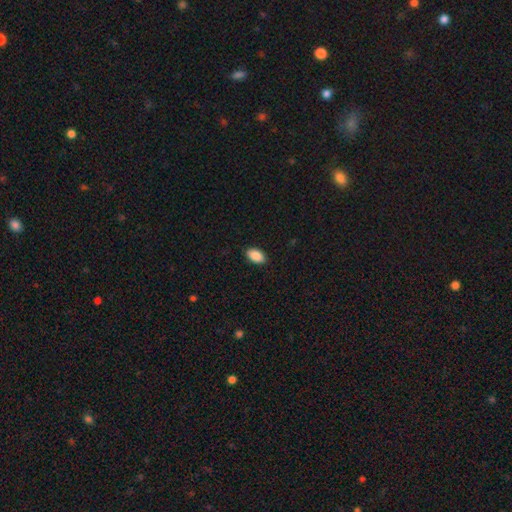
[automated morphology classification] The model was most divided on "merging": none: 89%, minor disturbance: 8%, major disturbance: 2%, merger: 1%. More confident: how rounded — in between (94%); smooth or featured — smooth (90%).